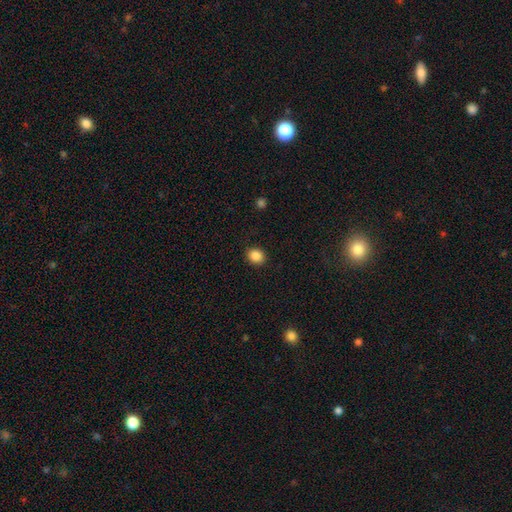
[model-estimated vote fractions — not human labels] A smooth galaxy with no disk features (88%) that is round (69%).

Vote fractions:
- Smooth or featured? smooth: 88% / star or artifact: 9% / featured or disk: 3%
- How rounded? round: 69% / in between: 30% / cigar-shaped: 1%
- Merging? none: 90% / minor disturbance: 7% / major disturbance: 2% / merger: 1%